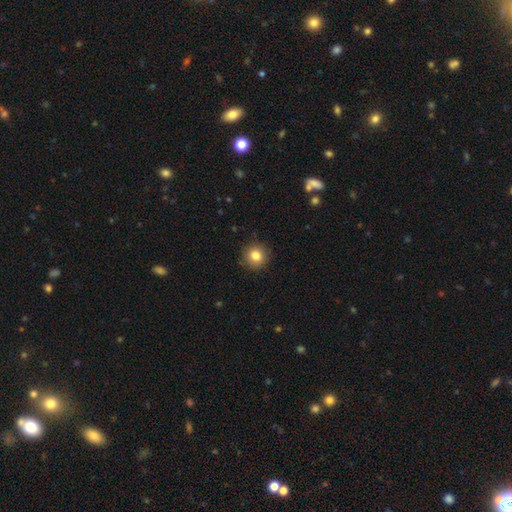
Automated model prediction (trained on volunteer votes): smooth-or-featured: smooth: 82% | star or artifact: 11% | featured or disk: 7%
  how-rounded: round: 94% | in between: 5% | cigar-shaped: 1%
  merging: none: 91% | minor disturbance: 6% | major disturbance: 2% | merger: 1%